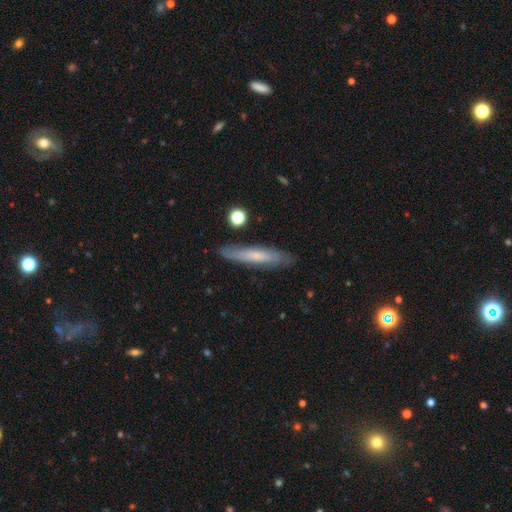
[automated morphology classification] This is possibly a smooth galaxy (54%). How rounded: clearly cigar-shaped (89%). Merging: clearly none (82%).